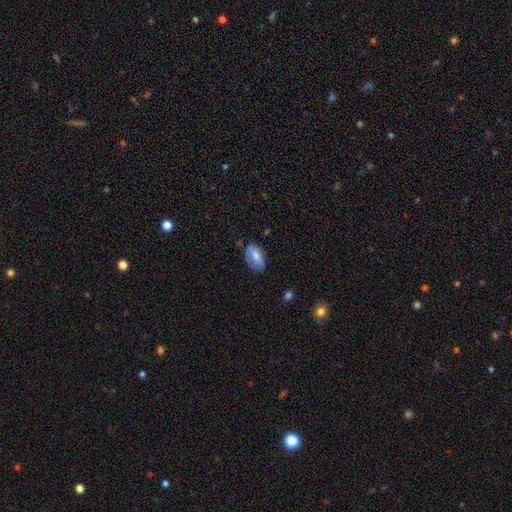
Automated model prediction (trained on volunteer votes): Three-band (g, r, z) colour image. It shows a smooth galaxy with no disk features (61%) that is in between round and cigar-shaped (89%). Merging: none (55%).